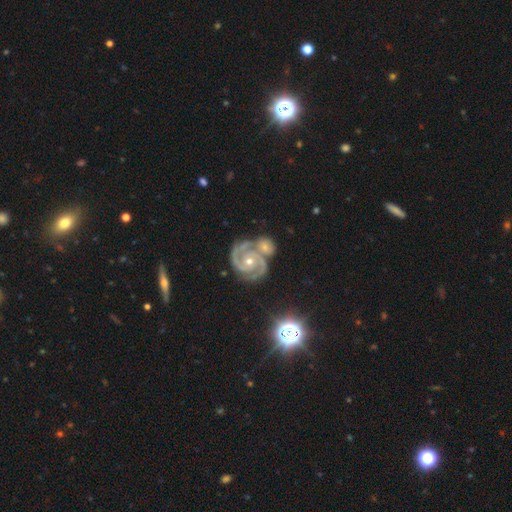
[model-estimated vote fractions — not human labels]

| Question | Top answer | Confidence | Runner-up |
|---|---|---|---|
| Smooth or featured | featured or disk | 89% | star or artifact (7%) |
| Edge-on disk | no | 98% | yes (2%) |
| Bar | no | 64% | weak (25%) |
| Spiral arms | yes | 98% | no (2%) |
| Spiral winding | tight | 65% | medium (30%) |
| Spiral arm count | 2 | 65% | 3 (21%) |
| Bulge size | small | 53% | moderate (43%) |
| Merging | none | 49% | merger (31%) |